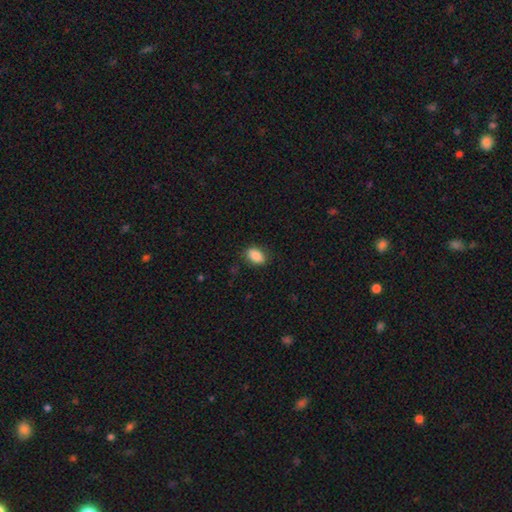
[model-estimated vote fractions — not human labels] Q: Smooth or featured?
A: smooth (85%); runner-up: star or artifact (8%)
Q: How rounded?
A: in between (87%); runner-up: round (10%)
Q: Merging?
A: none (85%); runner-up: minor disturbance (12%)